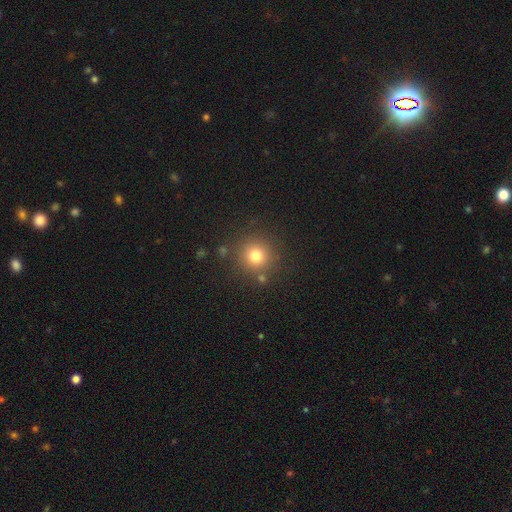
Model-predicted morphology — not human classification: Q: Smooth or featured?
A: smooth (77%); runner-up: star or artifact (15%)
Q: How rounded?
A: round (94%); runner-up: in between (5%)
Q: Merging?
A: none (84%); runner-up: minor disturbance (8%)